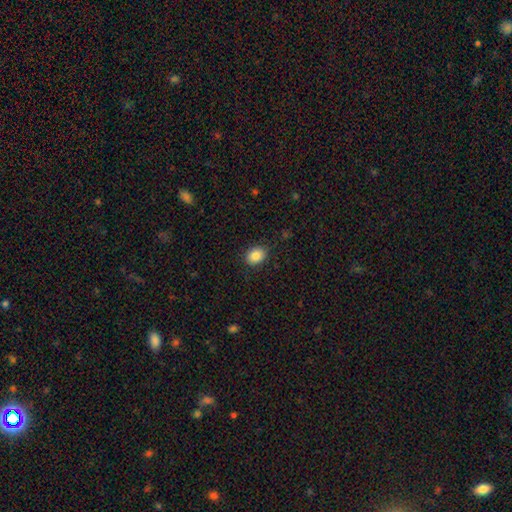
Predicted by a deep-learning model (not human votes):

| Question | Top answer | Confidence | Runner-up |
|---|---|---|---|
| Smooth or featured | smooth | 86% | star or artifact (9%) |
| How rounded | in between | 62% | round (37%) |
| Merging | none | 88% | minor disturbance (9%) |